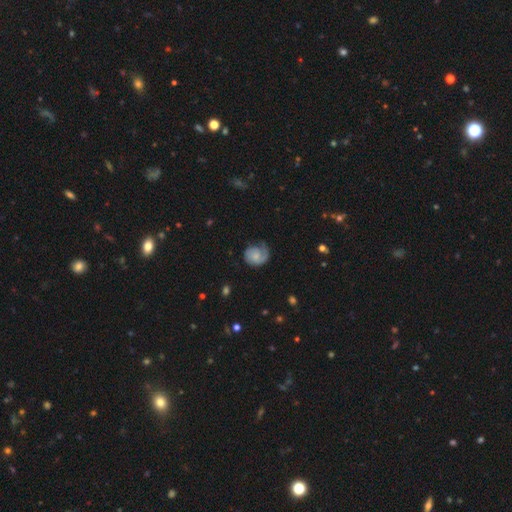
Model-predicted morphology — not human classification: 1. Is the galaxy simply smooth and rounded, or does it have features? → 60% featured or disk, 33% smooth, 7% star or artifact.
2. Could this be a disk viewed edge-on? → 98% no, 2% yes.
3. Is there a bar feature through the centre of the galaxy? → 74% no, 23% weak, 3% strong.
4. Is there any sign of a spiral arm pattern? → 91% yes, 9% no.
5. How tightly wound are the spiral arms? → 45% tight, 35% medium, 20% loose.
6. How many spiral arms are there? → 58% 1, 28% 2, 10% can't tell, 2% 3, 1% 4, 1% more than 4.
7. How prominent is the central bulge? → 52% small, 25% moderate, 18% none, 4% large, 2% dominant.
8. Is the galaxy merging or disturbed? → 55% none, 26% minor disturbance, 18% major disturbance, 2% merger.